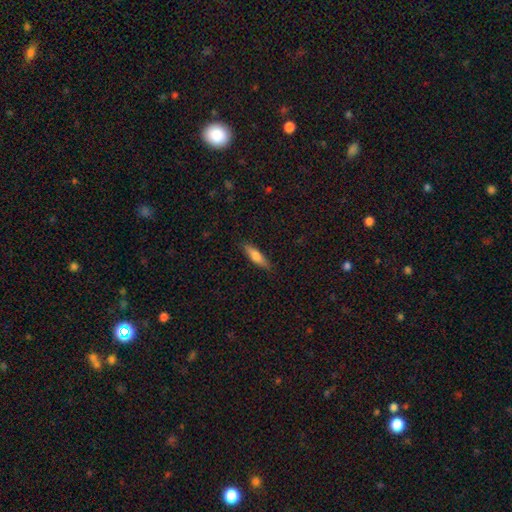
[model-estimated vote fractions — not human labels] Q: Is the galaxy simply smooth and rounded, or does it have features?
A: smooth — 71%.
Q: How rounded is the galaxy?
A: cigar-shaped — 67%.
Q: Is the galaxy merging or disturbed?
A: none — 86%.